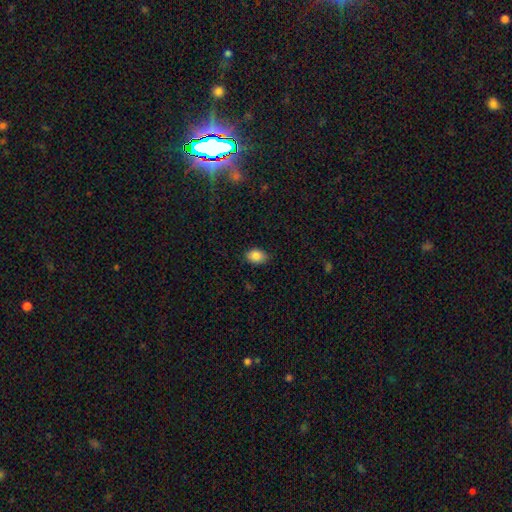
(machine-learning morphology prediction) A smooth galaxy with no disk features (87%) that is in between round and cigar-shaped (79%).

Vote fractions:
- Smooth or featured? smooth: 87% / star or artifact: 8% / featured or disk: 5%
- How rounded? in between: 79% / round: 20% / cigar-shaped: 1%
- Merging? none: 83% / minor disturbance: 13% / major disturbance: 3% / merger: 1%